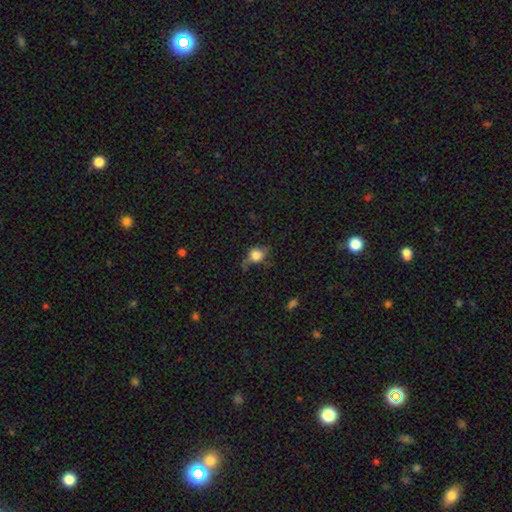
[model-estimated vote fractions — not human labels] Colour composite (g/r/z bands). It shows a smooth galaxy with no disk features (77%) that is round (64%). Merging: none (49%).